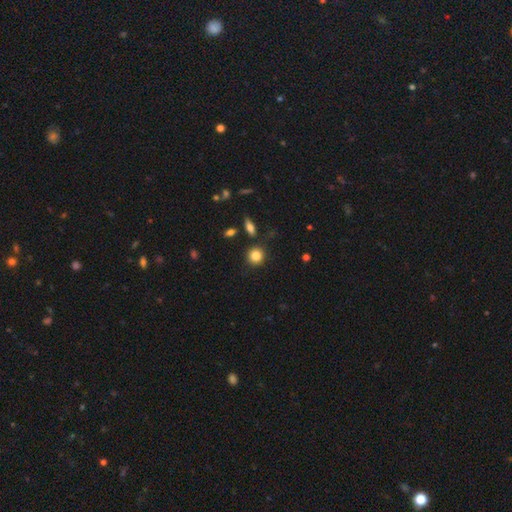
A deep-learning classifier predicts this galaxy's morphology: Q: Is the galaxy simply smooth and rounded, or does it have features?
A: smooth — 83%.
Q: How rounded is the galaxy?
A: round — 89%.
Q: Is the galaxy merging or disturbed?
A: none — 84%.